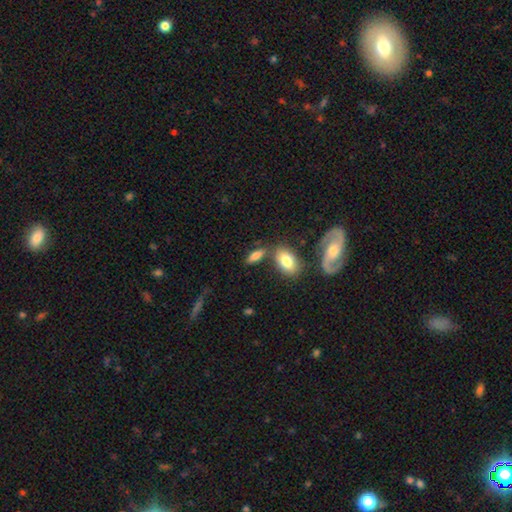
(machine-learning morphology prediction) smooth_or_featured: smooth (p=0.75) [alt: featured or disk p=0.16]
how_rounded: in between (p=0.74) [alt: cigar-shaped p=0.22]
merging: none (p=0.64) [alt: merger p=0.17]